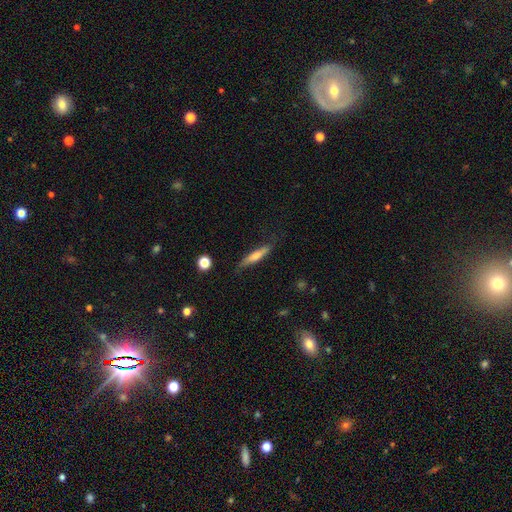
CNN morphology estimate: Smooth or featured? Predicted: smooth (p=0.48). Merging? Predicted: none (p=0.78).